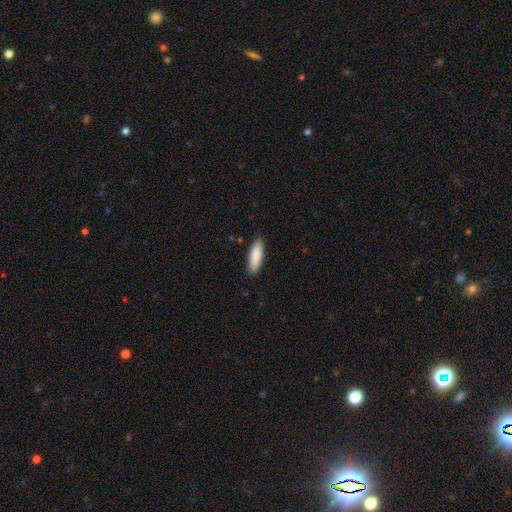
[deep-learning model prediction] Smooth or featured? Predicted: smooth (p=0.88). How rounded? Predicted: cigar-shaped (p=0.51). Merging? Predicted: none (p=0.87).